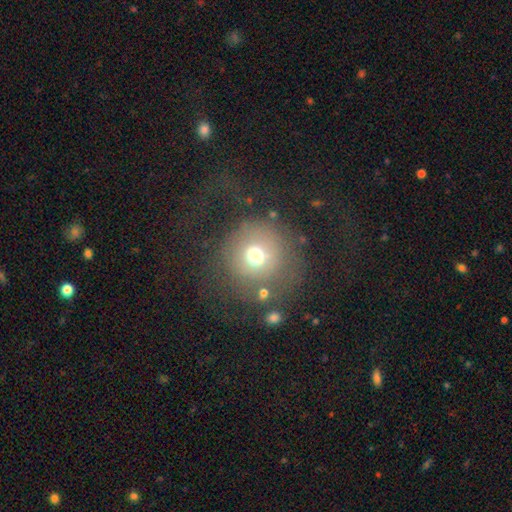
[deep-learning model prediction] Q: Smooth or featured?
A: smooth (66%); runner-up: star or artifact (17%)
Q: How rounded?
A: round (93%); runner-up: in between (6%)
Q: Merging?
A: none (69%); runner-up: minor disturbance (14%)